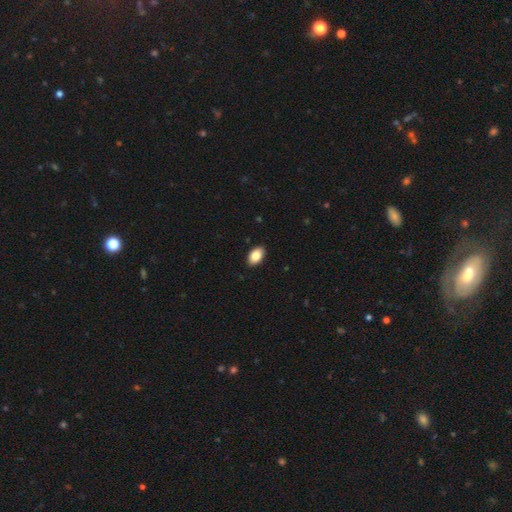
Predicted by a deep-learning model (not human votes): A smooth galaxy with no disk features (85%) that is in between round and cigar-shaped (92%). Merging: none (90%).